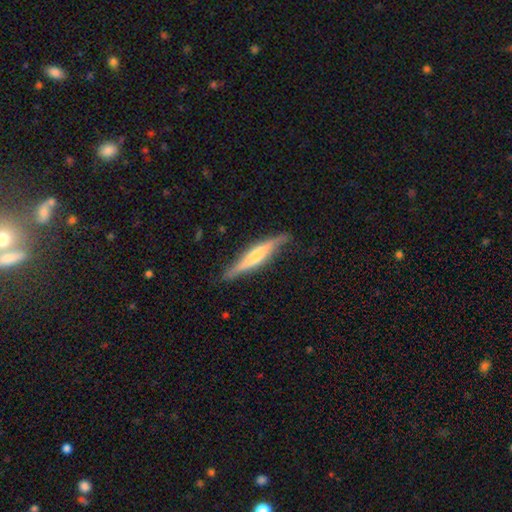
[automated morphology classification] featured or disk 60%, smooth 35%, star or artifact 5%. Down the decision tree: edge-on disk — yes (90%); edge-on bulge — rounded (68%); merging — none (77%).